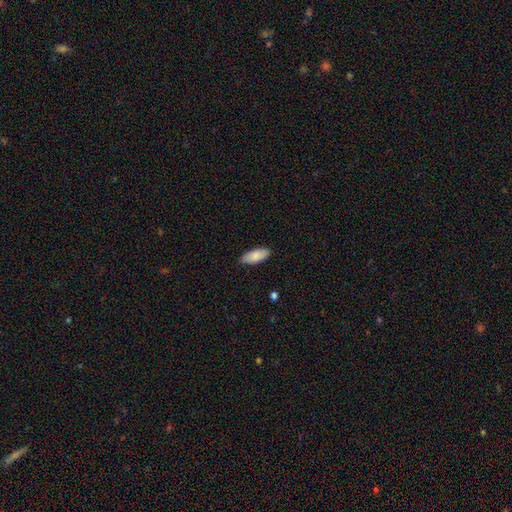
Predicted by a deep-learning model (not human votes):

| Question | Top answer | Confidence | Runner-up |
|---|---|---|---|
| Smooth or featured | smooth | 86% | featured or disk (8%) |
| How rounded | in between | 84% | cigar-shaped (15%) |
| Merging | none | 84% | minor disturbance (13%) |